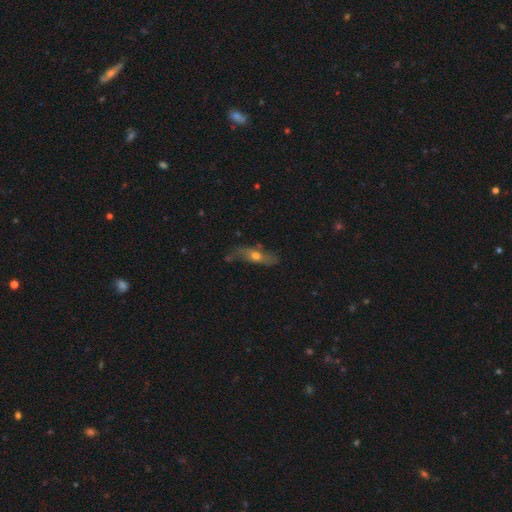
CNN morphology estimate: The model was most divided on "smooth or featured": featured or disk: 46%, smooth: 45%, star or artifact: 8%. More confident: merging — none (59%).